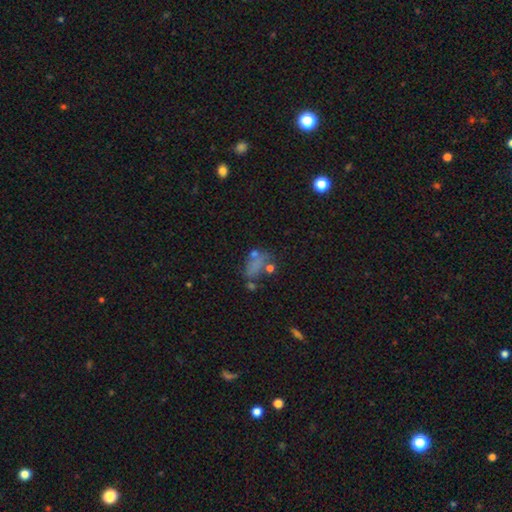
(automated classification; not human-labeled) This appears to be a smooth galaxy with no disk features (48%). Merging: none (43%).